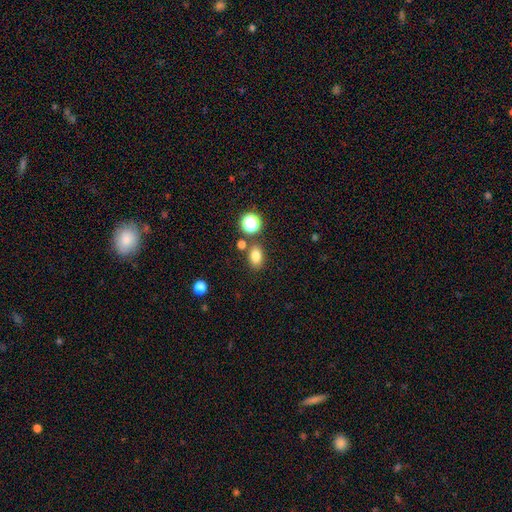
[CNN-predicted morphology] type=smooth (80%); roundness=in between (75%); merging=none (78%).